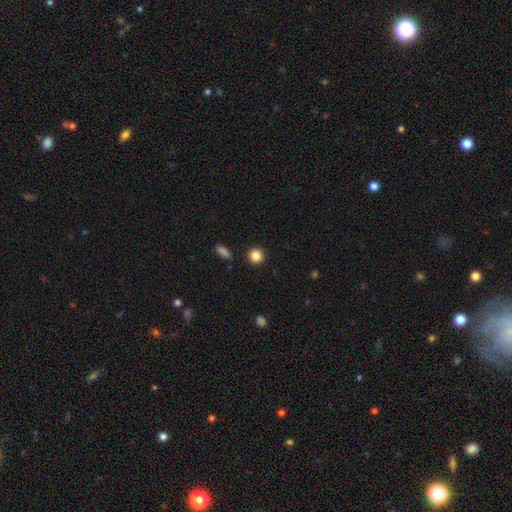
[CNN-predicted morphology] This appears to be a smooth galaxy with no disk features (86%) that is round (93%). Merging: none (92%).